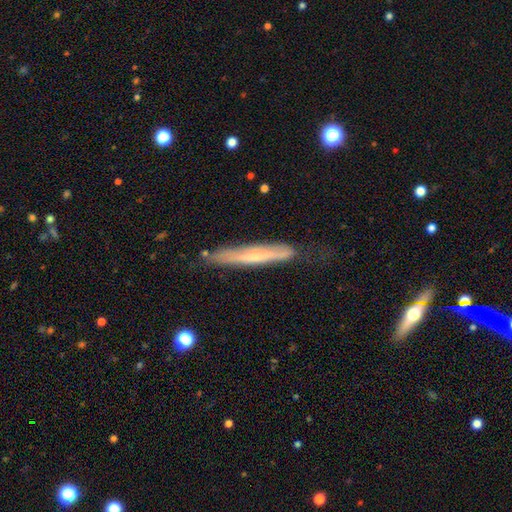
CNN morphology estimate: smooth-or-featured: featured or disk: 52% | smooth: 41% | star or artifact: 7%
  disk-edge-on: yes: 82% | no: 18%
  merging: none: 70% | minor disturbance: 22% | major disturbance: 5% | merger: 2%